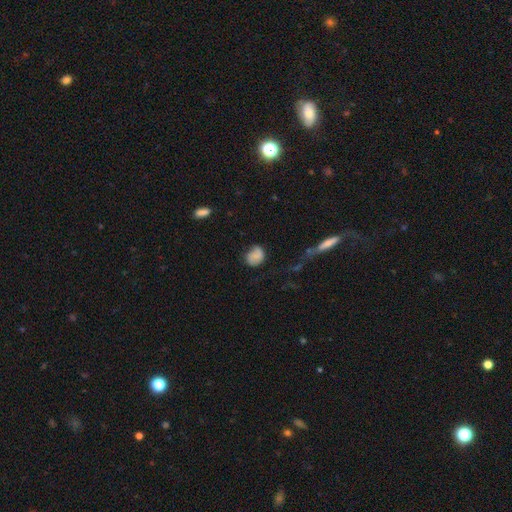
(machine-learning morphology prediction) Overall: smooth (76%). How rounded: round (55%; in between 44%). Merging: none (58%; minor disturbance 28%).